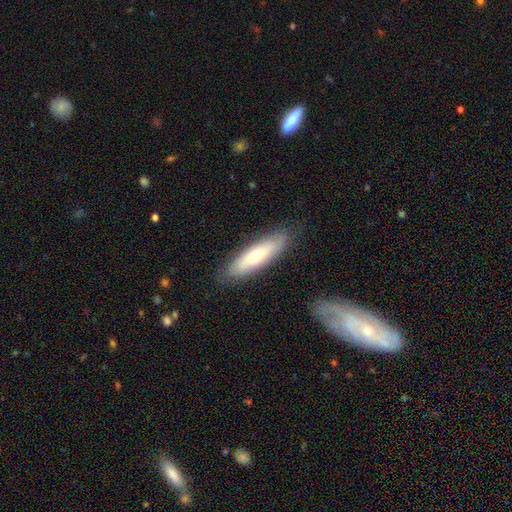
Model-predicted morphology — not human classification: Q: Smooth or featured?
A: smooth (60%); runner-up: featured or disk (34%)
Q: How rounded?
A: cigar-shaped (64%); runner-up: in between (34%)
Q: Merging?
A: none (84%); runner-up: minor disturbance (12%)